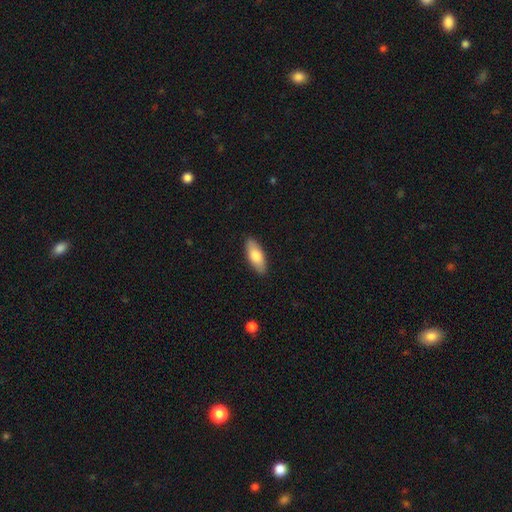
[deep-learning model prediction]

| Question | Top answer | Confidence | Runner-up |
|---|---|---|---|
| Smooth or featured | smooth | 77% | featured or disk (17%) |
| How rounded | in between | 77% | cigar-shaped (21%) |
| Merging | none | 88% | minor disturbance (9%) |